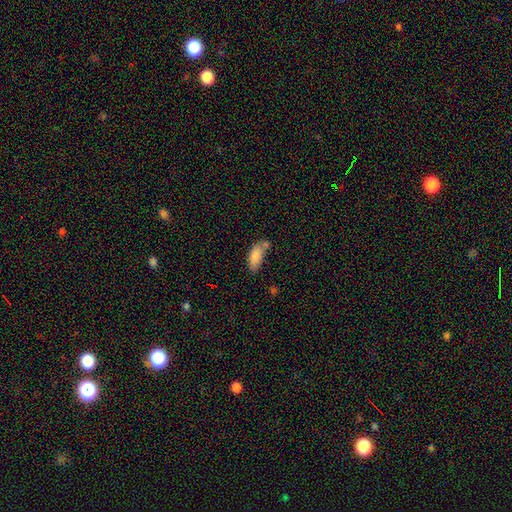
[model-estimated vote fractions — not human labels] Smooth or featured? smooth (82%)
How rounded? in between (83%)
Merging? none (42%)